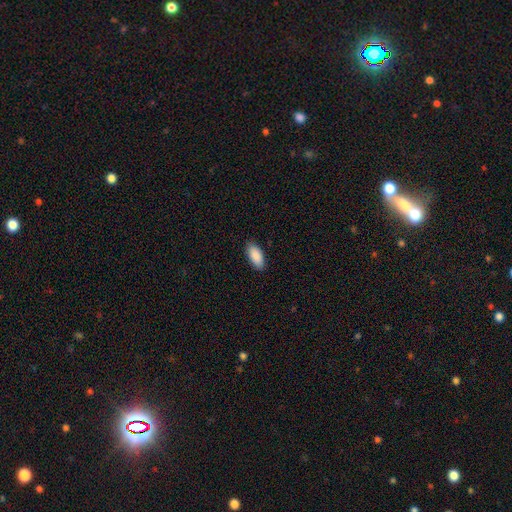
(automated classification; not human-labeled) Smooth or featured?
  - smooth: 91% *
  - star or artifact: 6%
  - featured or disk: 4%
How rounded?
  - in between: 90% *
  - cigar-shaped: 8%
  - round: 2%
Merging?
  - none: 89% *
  - minor disturbance: 8%
  - major disturbance: 2%
  - merger: 1%